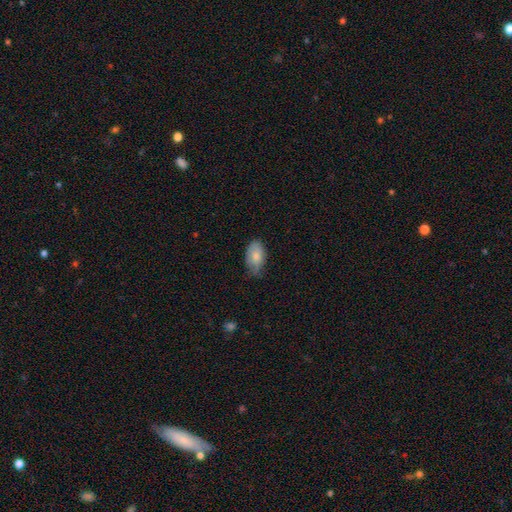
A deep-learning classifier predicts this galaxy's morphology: Smooth or featured?
  - smooth: 78% *
  - featured or disk: 16%
  - star or artifact: 7%
How rounded?
  - in between: 93% *
  - round: 5%
  - cigar-shaped: 2%
Merging?
  - none: 56% *
  - minor disturbance: 36%
  - major disturbance: 7%
  - merger: 1%